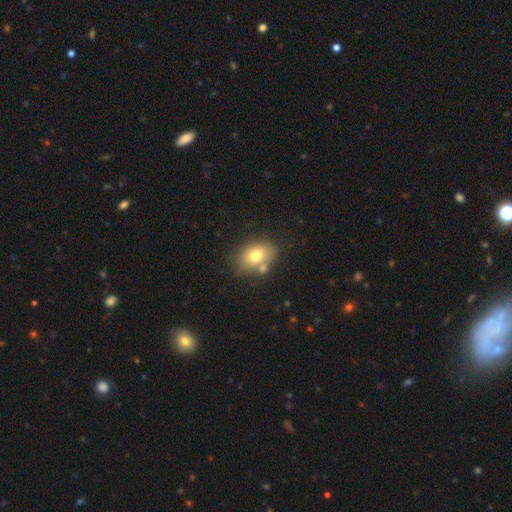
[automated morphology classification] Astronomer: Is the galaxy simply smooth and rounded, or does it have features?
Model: smooth — 74%.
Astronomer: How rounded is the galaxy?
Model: in between — 76%.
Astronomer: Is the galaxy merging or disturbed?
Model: none — 64%.